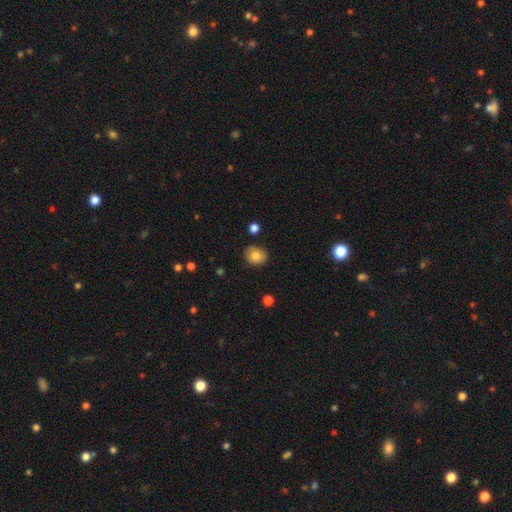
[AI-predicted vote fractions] Smooth or featured? smooth (78%)
How rounded? round (72%)
Merging? none (85%)